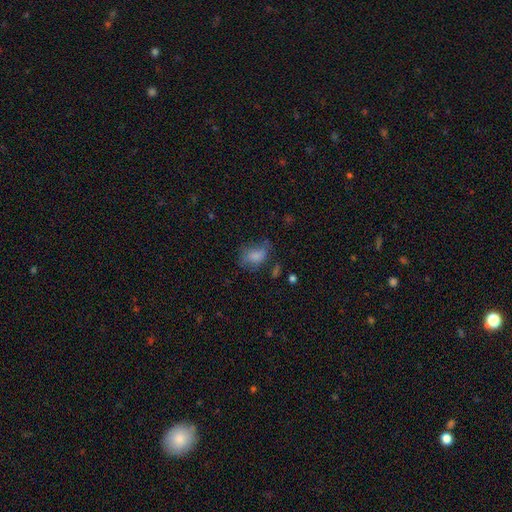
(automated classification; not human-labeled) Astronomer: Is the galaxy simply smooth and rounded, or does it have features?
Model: smooth — 76%.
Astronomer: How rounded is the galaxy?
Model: in between — 80%.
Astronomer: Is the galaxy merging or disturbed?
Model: none — 49% (runner-up: minor disturbance, 29%).